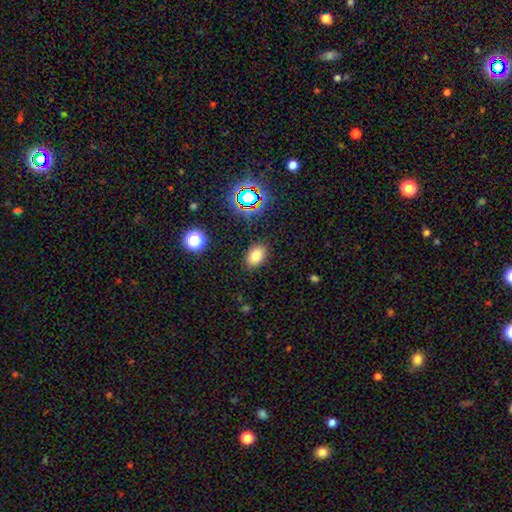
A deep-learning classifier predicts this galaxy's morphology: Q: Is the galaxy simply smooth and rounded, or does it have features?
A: smooth — 77%.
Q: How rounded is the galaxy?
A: in between — 84%.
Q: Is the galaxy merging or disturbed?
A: none — 85%.